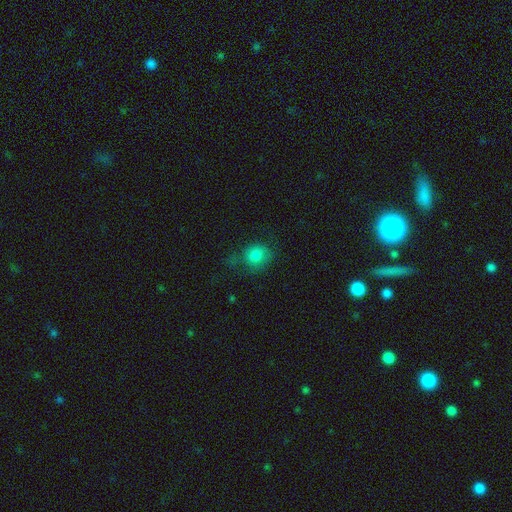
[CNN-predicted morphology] Smooth or featured: smooth — 80% (star or artifact — 11%)
How rounded: round — 74% (in between — 25%)
Merging: none — 53% (minor disturbance — 27%)